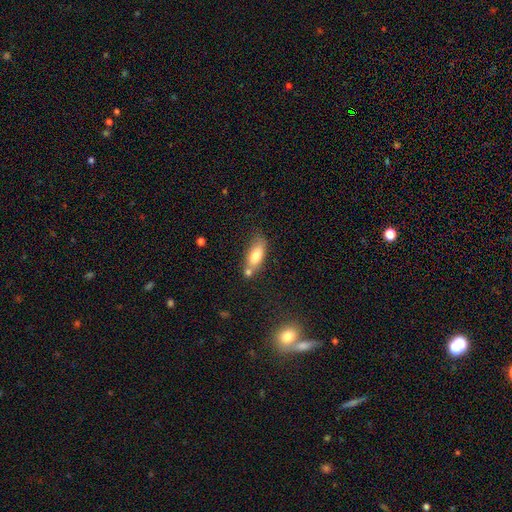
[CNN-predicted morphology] Overall: smooth (76%). How rounded: in between (78%). Merging: none (49%; merger 26%).